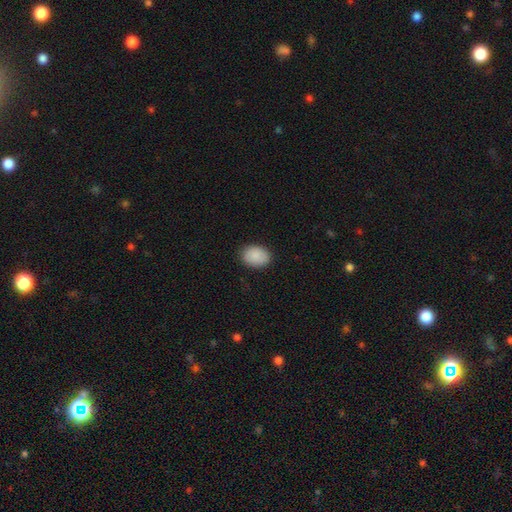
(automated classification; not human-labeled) smooth-or-featured: smooth: 90% | star or artifact: 7% | featured or disk: 4%
  how-rounded: in between: 69% | round: 30% | cigar-shaped: 1%
  merging: none: 87% | minor disturbance: 9% | major disturbance: 2% | merger: 1%